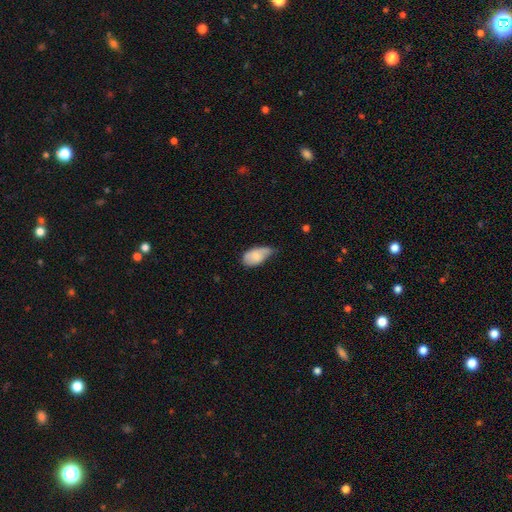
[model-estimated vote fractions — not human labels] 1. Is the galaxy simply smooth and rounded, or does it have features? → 76% smooth, 17% featured or disk, 7% star or artifact.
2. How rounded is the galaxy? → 93% in between, 4% round, 3% cigar-shaped.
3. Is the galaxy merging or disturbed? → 52% minor disturbance, 29% none, 17% major disturbance, 3% merger.